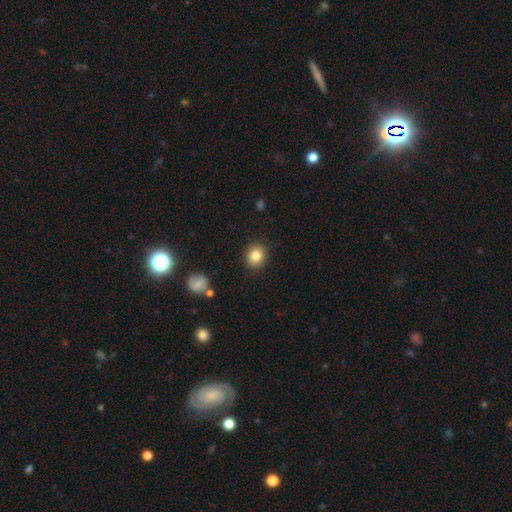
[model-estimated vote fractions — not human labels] The model was most divided on "how rounded": round: 79%, in between: 20%, cigar-shaped: 1%. More confident: merging — none (89%); smooth or featured — smooth (84%).